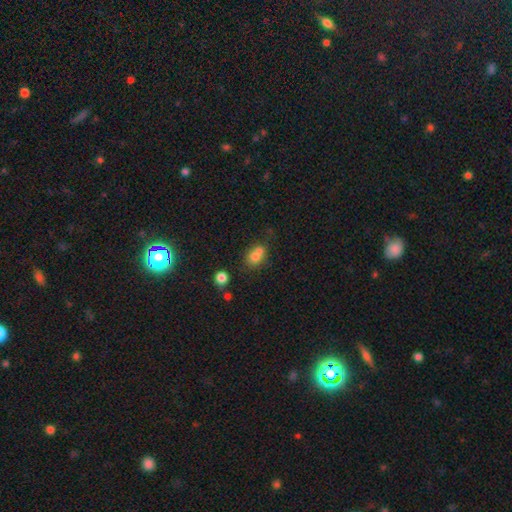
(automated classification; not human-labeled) Smooth or featured?
  - smooth: 73% *
  - featured or disk: 15%
  - star or artifact: 12%
How rounded?
  - round: 55% *
  - in between: 44%
  - cigar-shaped: 1%
Merging?
  - merger: 55% *
  - none: 31%
  - minor disturbance: 10%
  - major disturbance: 4%